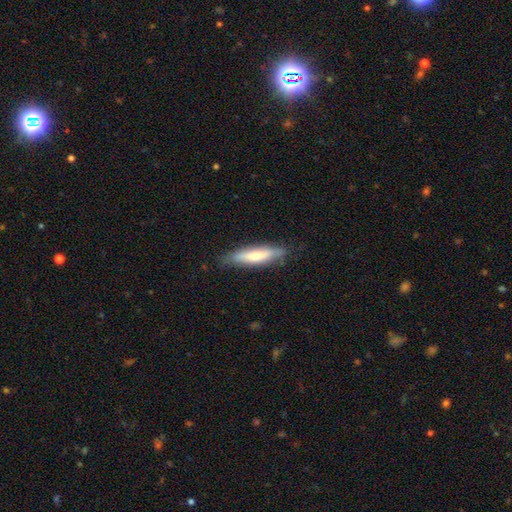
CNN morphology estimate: A smooth galaxy with no disk features (66%) that is cigar-shaped (78%). Merging: none (79%).